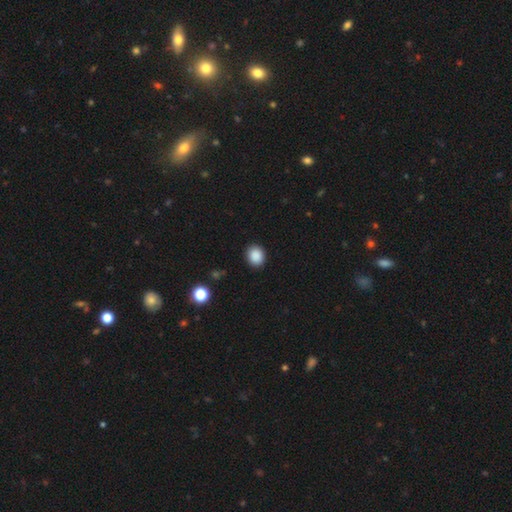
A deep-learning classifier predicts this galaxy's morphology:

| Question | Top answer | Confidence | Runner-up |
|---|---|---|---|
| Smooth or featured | smooth | 88% | star or artifact (9%) |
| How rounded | round | 64% | in between (35%) |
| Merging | none | 90% | minor disturbance (7%) |